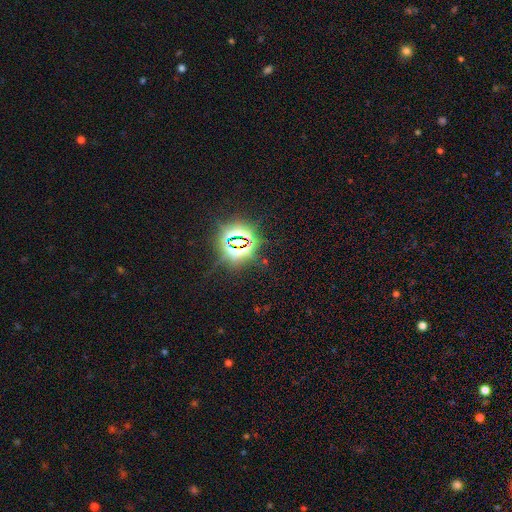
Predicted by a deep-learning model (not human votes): Q: Smooth or featured?
A: star or artifact (82%); runner-up: smooth (11%)